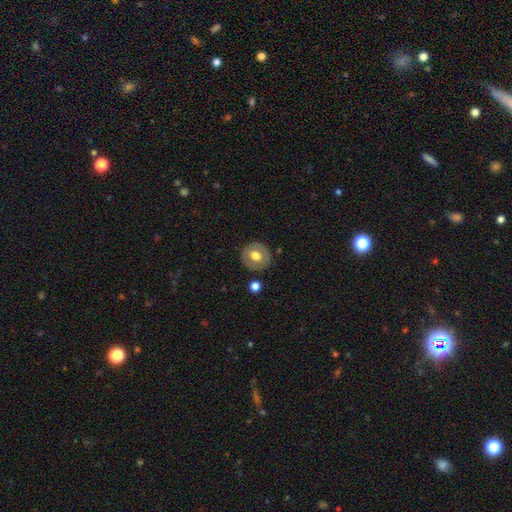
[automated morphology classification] Smooth or featured?
  - smooth: 56% *
  - featured or disk: 37%
  - star or artifact: 7%
How rounded?
  - round: 83% *
  - in between: 16%
  - cigar-shaped: 1%
Merging?
  - none: 85% *
  - minor disturbance: 10%
  - major disturbance: 3%
  - merger: 2%